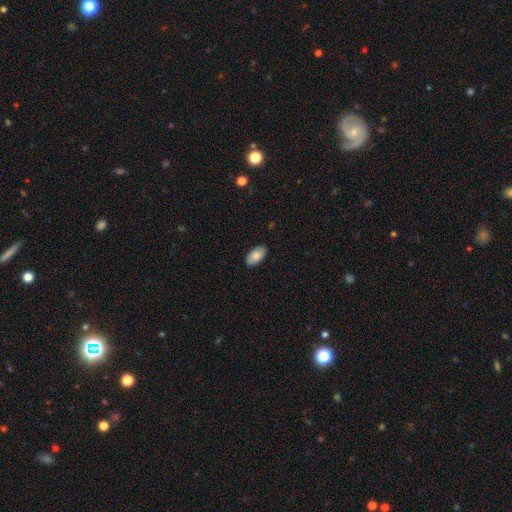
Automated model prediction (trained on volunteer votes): This appears to be a smooth galaxy with no disk features (85%) that is in between round and cigar-shaped (96%). Merging: none (88%).